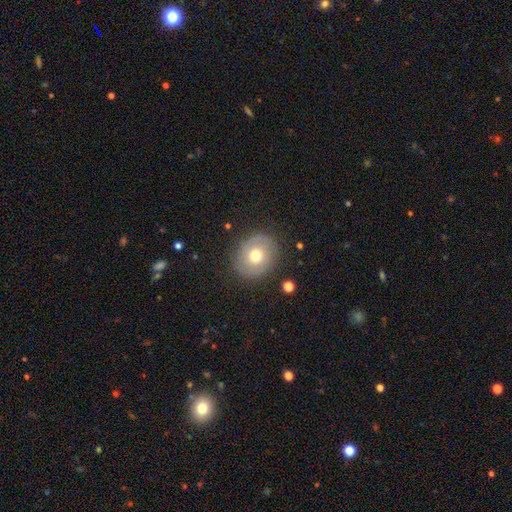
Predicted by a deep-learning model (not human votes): Smooth or featured? Predicted: smooth (p=0.51). How rounded? Predicted: round (p=0.70). Merging? Predicted: none (p=0.83).